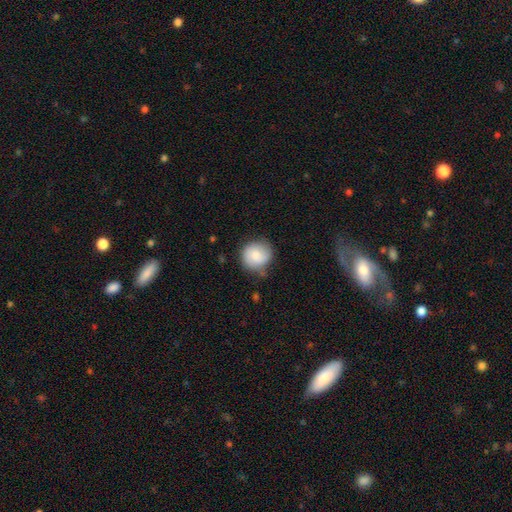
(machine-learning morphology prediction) Smooth or featured?
  - smooth: 76% *
  - featured or disk: 17%
  - star or artifact: 7%
How rounded?
  - round: 88% *
  - in between: 11%
  - cigar-shaped: 1%
Merging?
  - none: 69% *
  - minor disturbance: 23%
  - major disturbance: 6%
  - merger: 2%